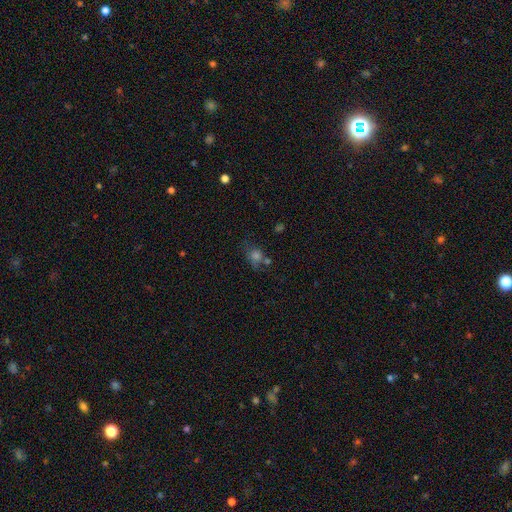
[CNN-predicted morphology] Smooth or featured? smooth (57%)
How rounded? round (60%)
Merging? none (51%)